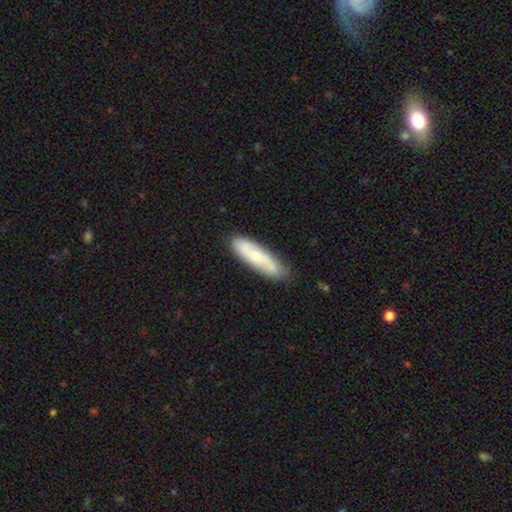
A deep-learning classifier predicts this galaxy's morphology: Smooth or featured?
  - smooth: 50% *
  - featured or disk: 44%
  - star or artifact: 6%
Merging?
  - none: 82% *
  - minor disturbance: 14%
  - major disturbance: 2%
  - merger: 2%